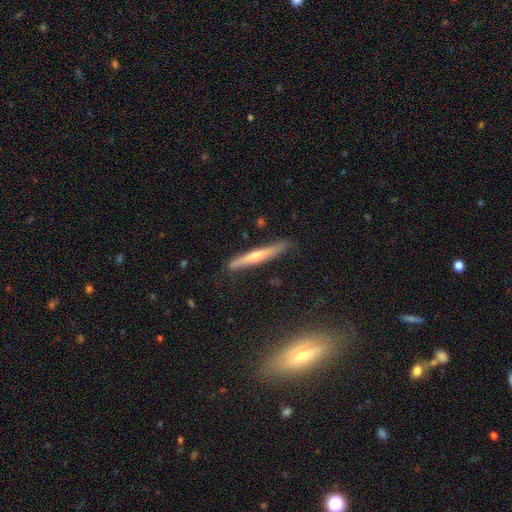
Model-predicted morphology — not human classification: Smooth or featured?
  - featured or disk: 49% *
  - smooth: 44%
  - star or artifact: 7%
Merging?
  - none: 83% *
  - minor disturbance: 13%
  - major disturbance: 2%
  - merger: 2%